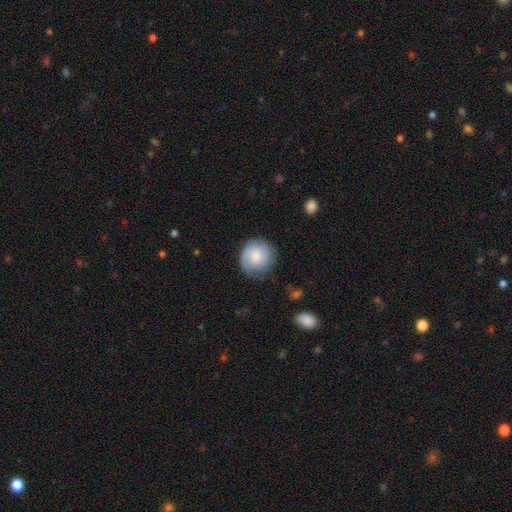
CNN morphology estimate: type=smooth (51%); roundness=round (88%); merging=none (77%).